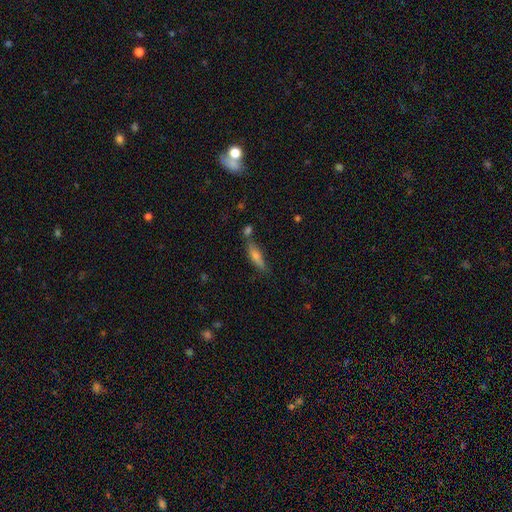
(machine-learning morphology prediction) This is possibly a smooth galaxy (57%). How rounded: likely cigar-shaped (73%). Merging: likely none (69%).